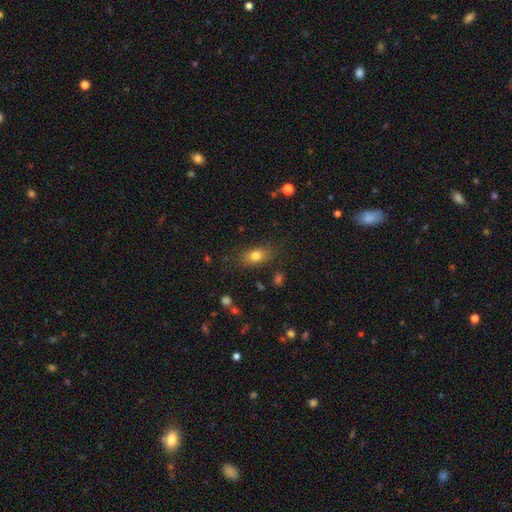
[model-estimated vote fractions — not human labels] A smooth galaxy with no disk features (79%) that is in between round and cigar-shaped (78%).

Vote fractions:
- Smooth or featured? smooth: 79% / star or artifact: 11% / featured or disk: 10%
- How rounded? in between: 78% / round: 17% / cigar-shaped: 5%
- Merging? none: 80% / minor disturbance: 14% / major disturbance: 4% / merger: 2%